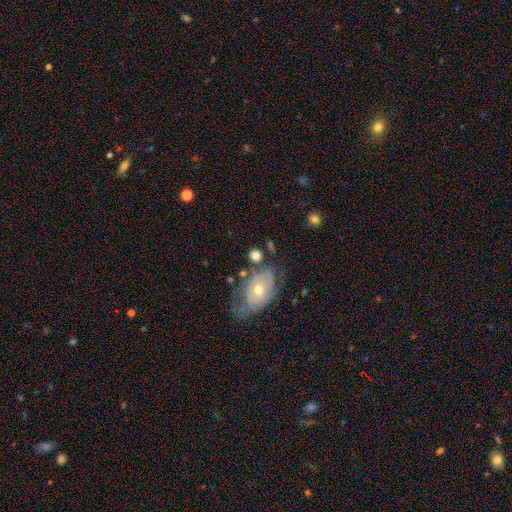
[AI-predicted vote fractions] A smooth galaxy with no disk features (65%) that is round (56%). Merging: none (59%).